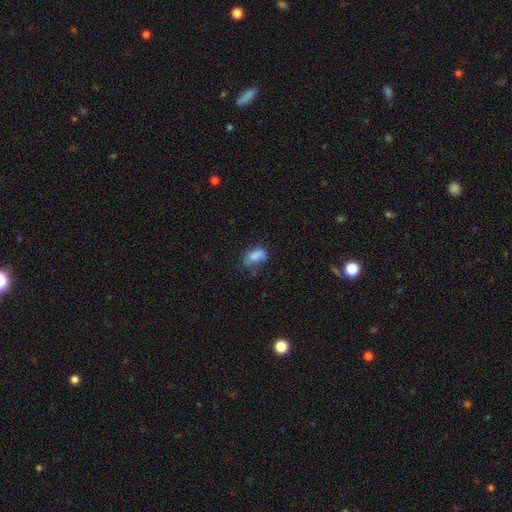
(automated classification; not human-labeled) Overall: smooth (79%). How rounded: in between (87%). Merging: none (46%; minor disturbance 33%).